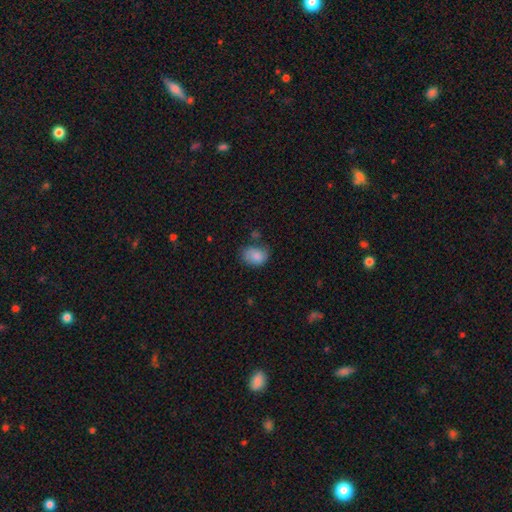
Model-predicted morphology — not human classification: Smooth or featured?
  - smooth: 81% *
  - featured or disk: 11%
  - star or artifact: 8%
How rounded?
  - in between: 66% *
  - round: 33%
  - cigar-shaped: 1%
Merging?
  - none: 57% *
  - minor disturbance: 28%
  - major disturbance: 9%
  - merger: 6%